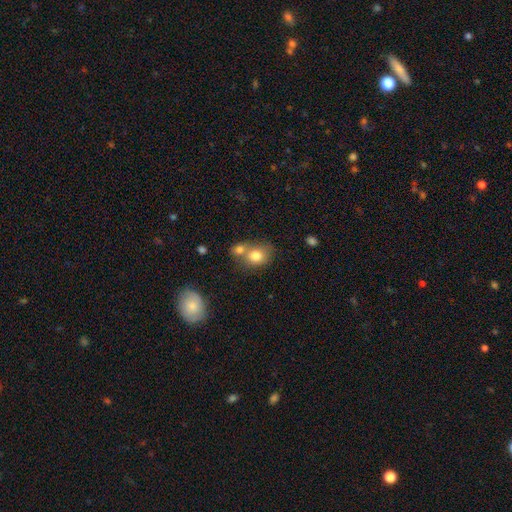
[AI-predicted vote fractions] The model was most divided on "merging": merger: 46%, none: 39%, minor disturbance: 11%, major disturbance: 4%. More confident: smooth or featured — smooth (80%); how rounded — round (57%).